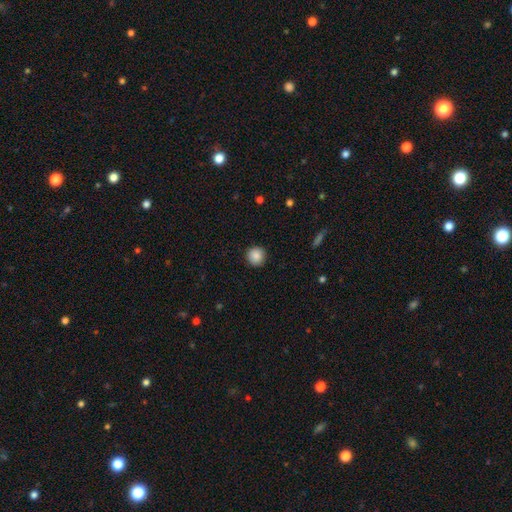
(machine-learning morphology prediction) Smooth or featured? Predicted: smooth (p=0.88). How rounded? Predicted: round (p=0.95). Merging? Predicted: none (p=0.91).